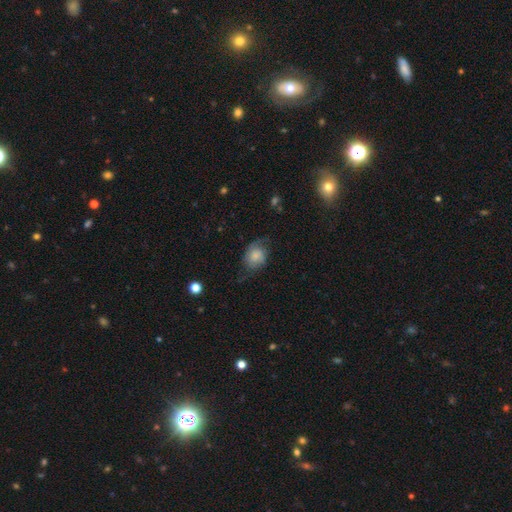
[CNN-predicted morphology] Overall: smooth (58%; featured or disk 33%). How rounded: in between (53%; round 46%). Merging: none (50%; minor disturbance 30%).